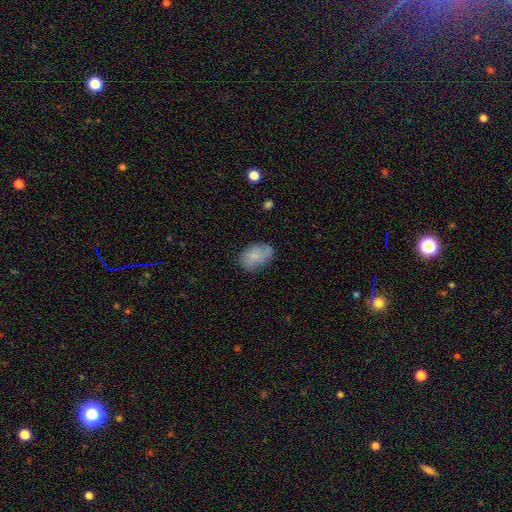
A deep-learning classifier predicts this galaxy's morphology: Smooth or featured: smooth — 80% (featured or disk — 13%)
How rounded: in between — 89% (round — 9%)
Merging: none — 71% (minor disturbance — 22%)